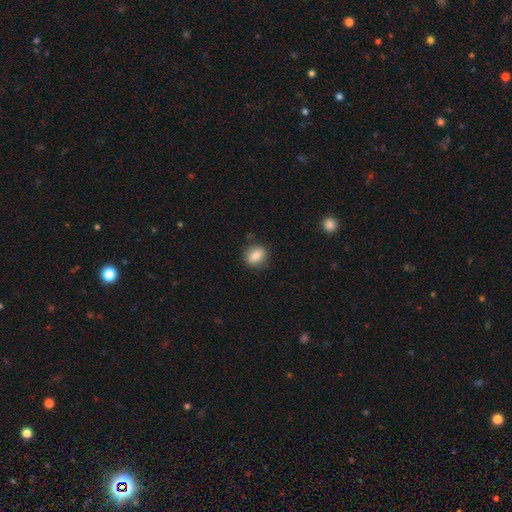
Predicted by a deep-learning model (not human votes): Q: Smooth or featured?
A: smooth (86%); runner-up: star or artifact (8%)
Q: How rounded?
A: in between (57%); runner-up: round (42%)
Q: Merging?
A: none (82%); runner-up: minor disturbance (14%)